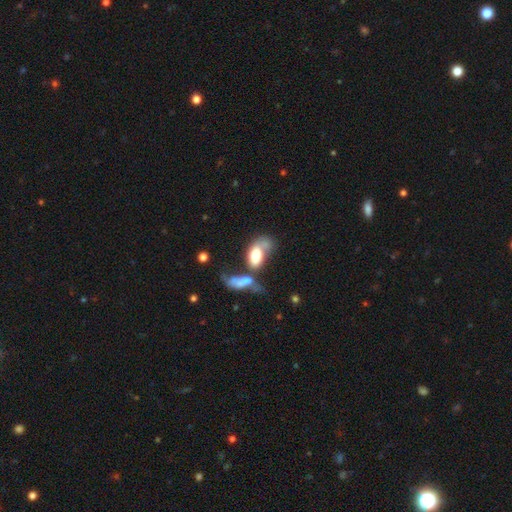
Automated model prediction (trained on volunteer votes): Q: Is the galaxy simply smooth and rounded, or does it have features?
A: smooth — 65%.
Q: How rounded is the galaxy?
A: in between — 91%.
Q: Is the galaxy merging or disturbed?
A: merger — 54%.